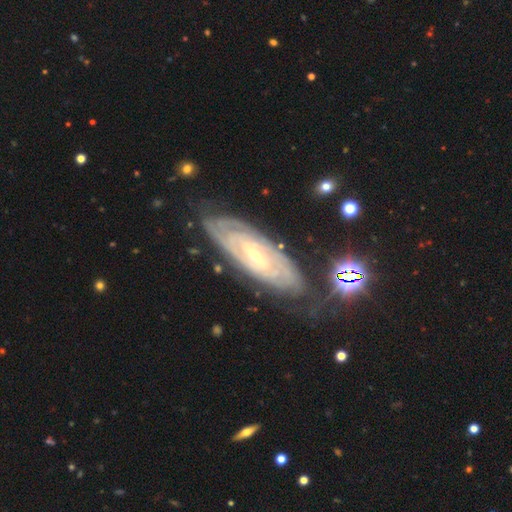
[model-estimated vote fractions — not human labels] featured or disk 86%, smooth 8%, star or artifact 6%. Down the decision tree: edge-on disk — no (89%); bar — weak (41%); spiral arms — yes (94%); spiral arm count — can't tell (46%); spiral winding — tight (80%); bulge size — small (70%); merging — none (75%).